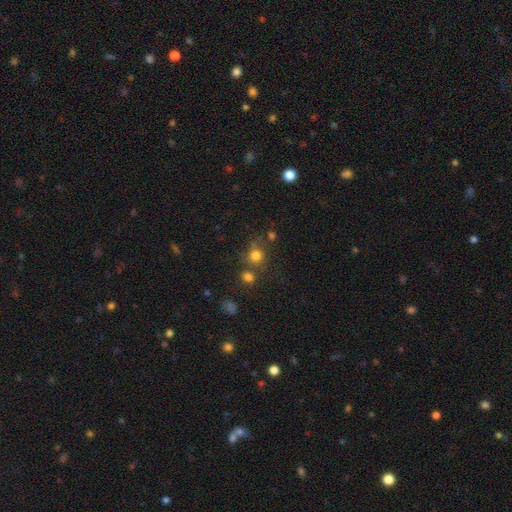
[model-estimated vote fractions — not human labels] Overall: smooth (75%). How rounded: round (86%). Merging: none (63%).